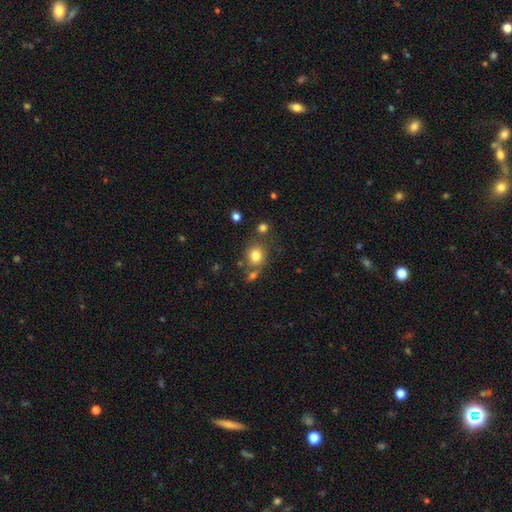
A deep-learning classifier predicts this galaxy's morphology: A smooth galaxy with no disk features (79%) that is round (77%).

Vote fractions:
- Smooth or featured? smooth: 79% / star or artifact: 12% / featured or disk: 8%
- How rounded? round: 77% / in between: 22% / cigar-shaped: 1%
- Merging? none: 68% / merger: 15% / minor disturbance: 12% / major disturbance: 5%